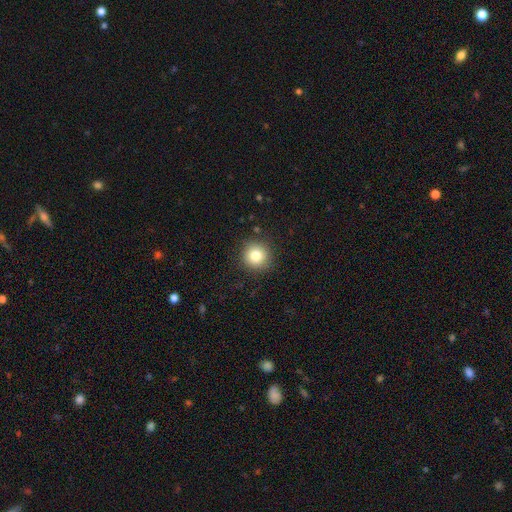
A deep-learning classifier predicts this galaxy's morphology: Smooth or featured? Predicted: smooth (p=0.81). How rounded? Predicted: round (p=0.93). Merging? Predicted: none (p=0.90).